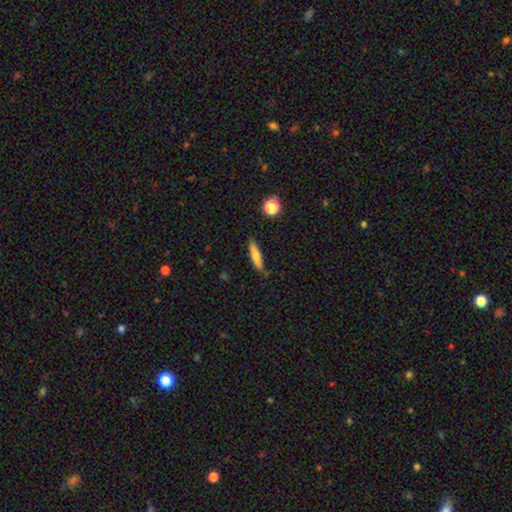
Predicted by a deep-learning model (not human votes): The model was most divided on "smooth or featured": smooth: 69%, featured or disk: 23%, star or artifact: 8%. More confident: merging — none (83%); how rounded — cigar-shaped (81%).